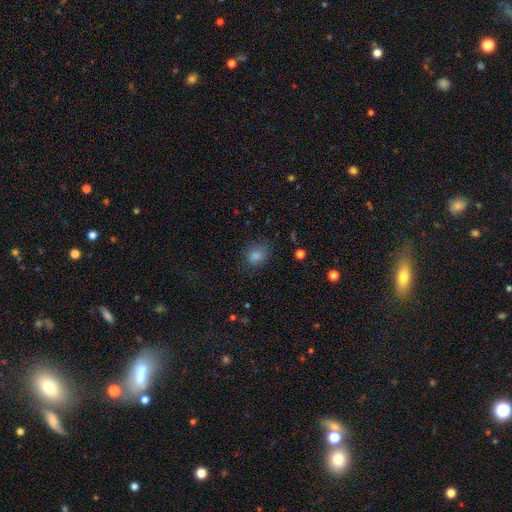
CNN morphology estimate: This is likely a smooth galaxy (76%). How rounded: likely round (60%). Merging: likely none (77%).